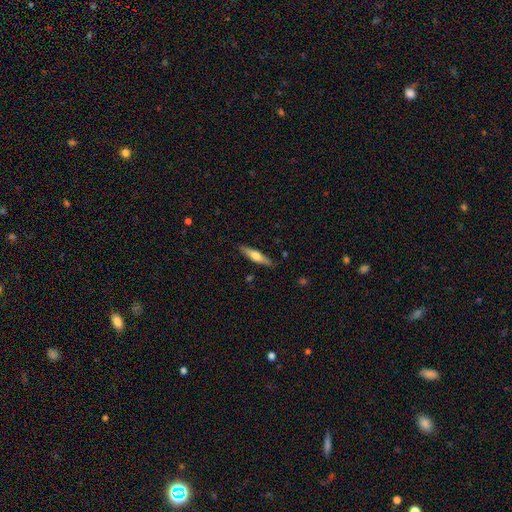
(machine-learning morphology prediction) A smooth galaxy with no disk features (50%) that is cigar-shaped (78%). Merging: none (86%).